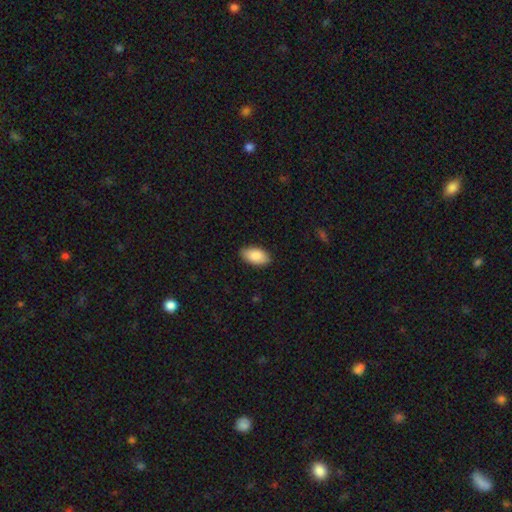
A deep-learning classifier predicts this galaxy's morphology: Smooth or featured: smooth — 87% (featured or disk — 7%)
How rounded: in between — 95% (round — 3%)
Merging: none — 88% (minor disturbance — 10%)